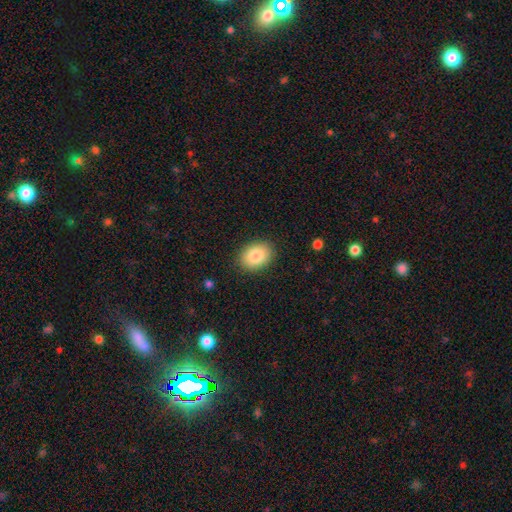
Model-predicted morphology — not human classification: Overall: smooth (84%). How rounded: in between (68%; round 31%). Merging: none (88%).